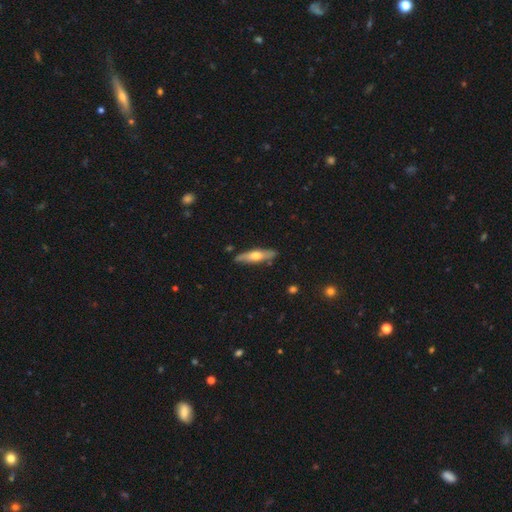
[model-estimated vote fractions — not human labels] The model was most divided on "smooth or featured": featured or disk: 50%, smooth: 45%, star or artifact: 5%. More confident: merging — none (86%).